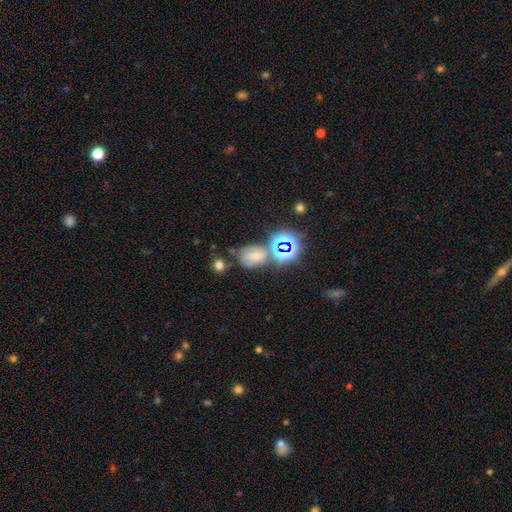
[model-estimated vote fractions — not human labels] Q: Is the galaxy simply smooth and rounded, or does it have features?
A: star or artifact — 47%.